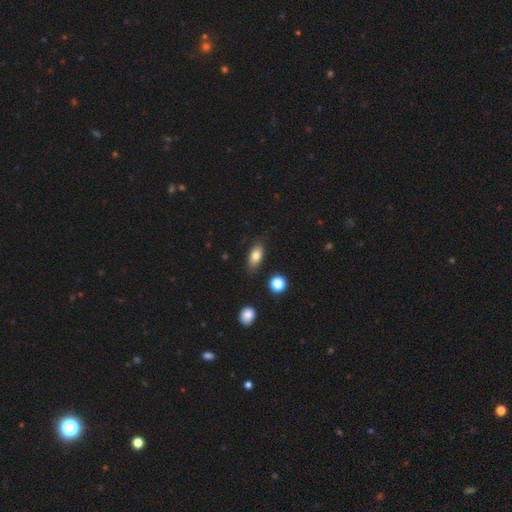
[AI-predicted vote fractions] This is likely a smooth galaxy (80%). How rounded: clearly in between (83%). Merging: clearly none (81%).